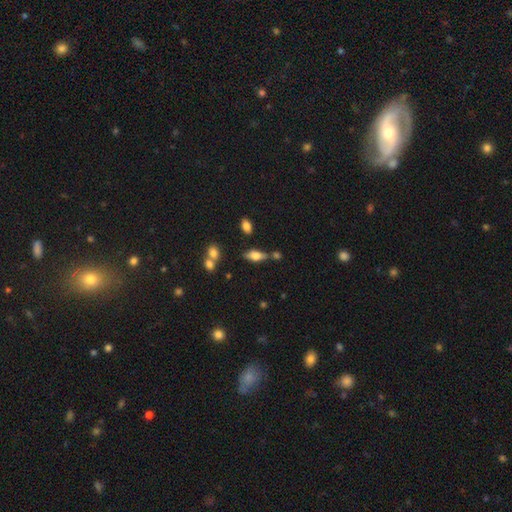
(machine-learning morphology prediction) smooth-or-featured: smooth: 60% | featured or disk: 30% | star or artifact: 10%
  how-rounded: in between: 74% | cigar-shaped: 22% | round: 5%
  merging: none: 63% | minor disturbance: 17% | merger: 15% | major disturbance: 5%